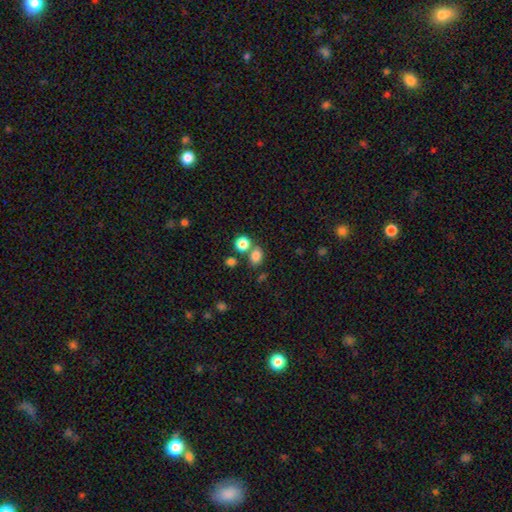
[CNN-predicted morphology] Q: Smooth or featured?
A: smooth (80%); runner-up: star or artifact (13%)
Q: How rounded?
A: in between (58%); runner-up: round (41%)
Q: Merging?
A: none (60%); runner-up: merger (25%)